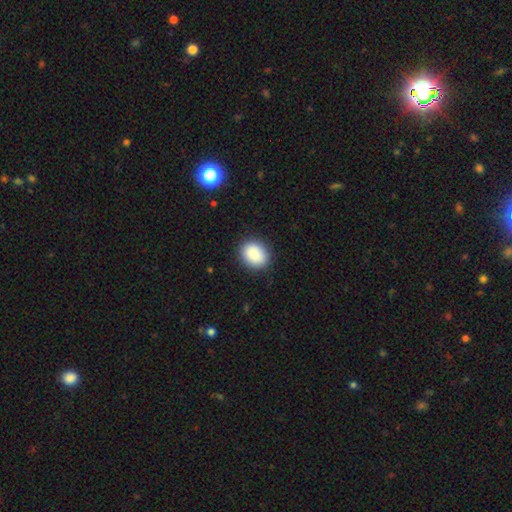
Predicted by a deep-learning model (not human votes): Smooth or featured? smooth (90%)
How rounded? in between (52%)
Merging? none (89%)